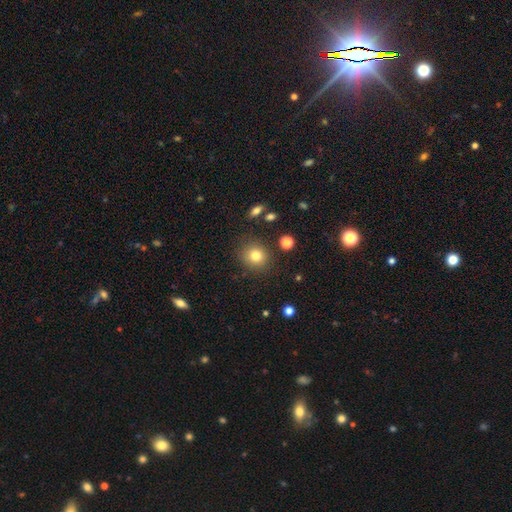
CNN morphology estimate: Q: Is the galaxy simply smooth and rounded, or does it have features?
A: smooth — 80%.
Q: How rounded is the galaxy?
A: round — 84%.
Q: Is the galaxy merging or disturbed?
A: none — 85%.